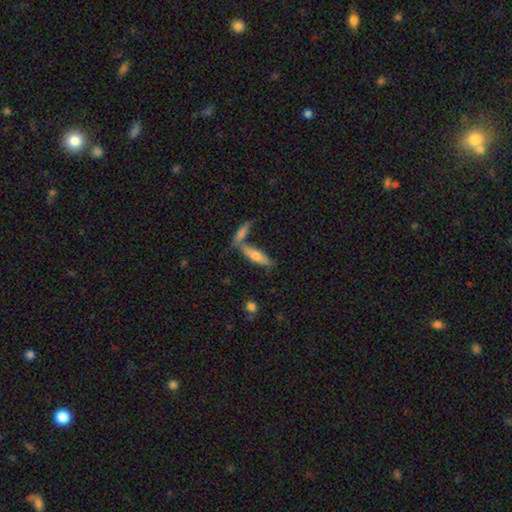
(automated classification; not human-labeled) Q: Smooth or featured?
A: smooth (65%); runner-up: featured or disk (28%)
Q: How rounded?
A: cigar-shaped (60%); runner-up: in between (38%)
Q: Merging?
A: none (51%); runner-up: merger (33%)